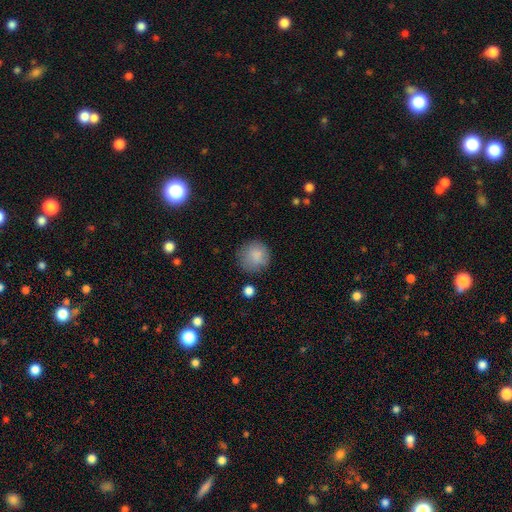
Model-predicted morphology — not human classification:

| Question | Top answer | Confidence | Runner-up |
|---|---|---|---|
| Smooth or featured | smooth | 84% | star or artifact (8%) |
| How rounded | round | 90% | in between (9%) |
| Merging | none | 75% | minor disturbance (17%) |